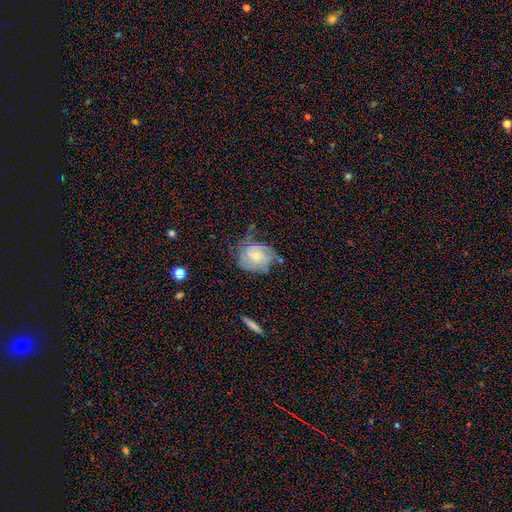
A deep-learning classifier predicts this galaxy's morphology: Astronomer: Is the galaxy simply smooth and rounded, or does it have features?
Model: featured or disk — 66%.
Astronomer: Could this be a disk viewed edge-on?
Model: no — 97%.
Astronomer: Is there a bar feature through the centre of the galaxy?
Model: no — 66%.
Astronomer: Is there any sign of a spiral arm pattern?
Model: yes — 84%.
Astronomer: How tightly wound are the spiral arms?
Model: tight — 54% (runner-up: medium, 33%).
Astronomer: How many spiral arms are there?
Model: can't tell — 41% (runner-up: 2, 28%).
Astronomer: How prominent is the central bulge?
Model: small — 60%.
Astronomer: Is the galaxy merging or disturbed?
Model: none — 44% (runner-up: minor disturbance, 29%).